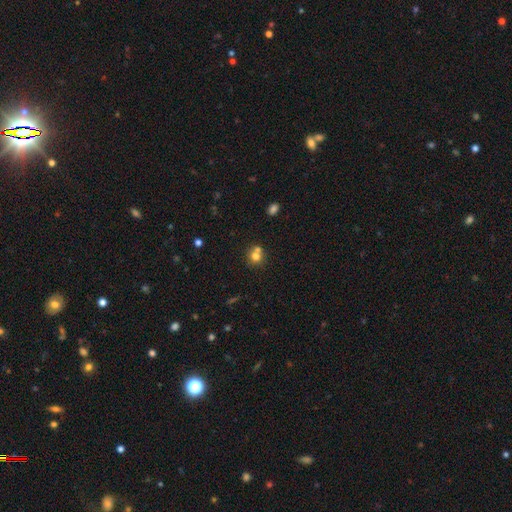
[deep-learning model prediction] smooth 71%, featured or disk 14%, star or artifact 14%. Down the decision tree: how rounded — round (85%); merging — none (48%).